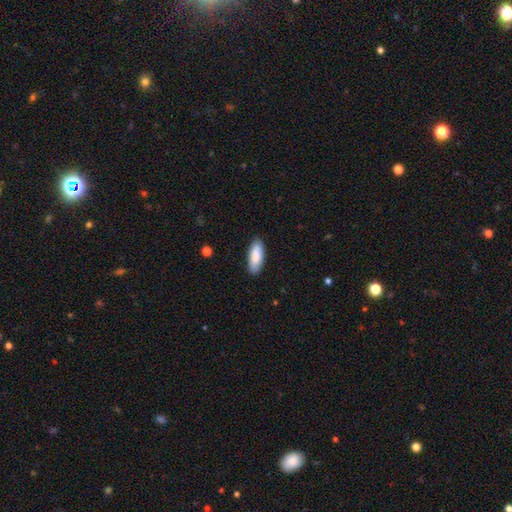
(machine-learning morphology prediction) Smooth or featured: smooth — 88% (featured or disk — 7%)
How rounded: in between — 76% (cigar-shaped — 22%)
Merging: none — 87% (minor disturbance — 10%)